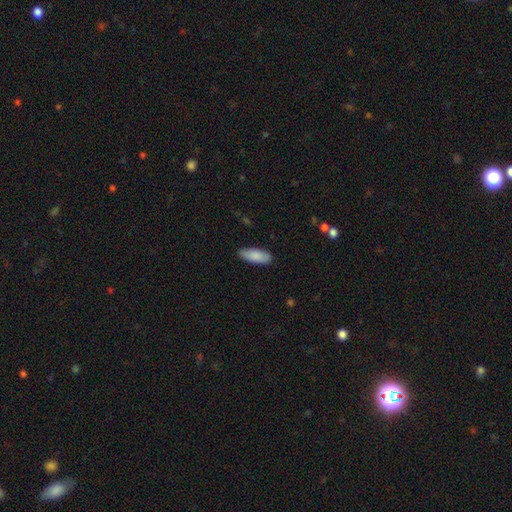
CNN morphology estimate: Smooth or featured: smooth — 87% (featured or disk — 7%)
How rounded: in between — 75% (cigar-shaped — 23%)
Merging: none — 85% (minor disturbance — 12%)